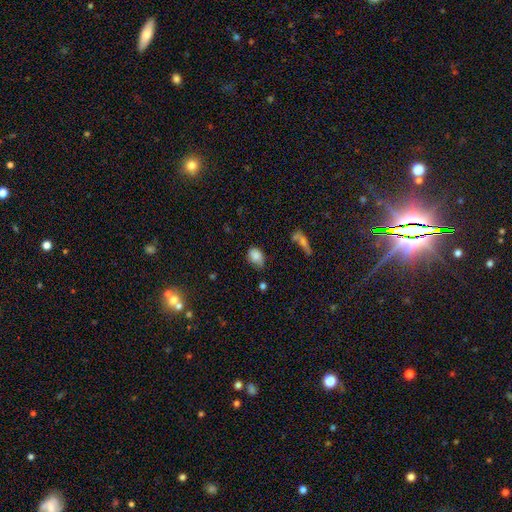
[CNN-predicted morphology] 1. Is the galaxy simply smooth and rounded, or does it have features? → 81% smooth, 10% featured or disk, 9% star or artifact.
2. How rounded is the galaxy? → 75% in between, 24% round, 2% cigar-shaped.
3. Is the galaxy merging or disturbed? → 50% none, 37% minor disturbance, 10% major disturbance, 4% merger.